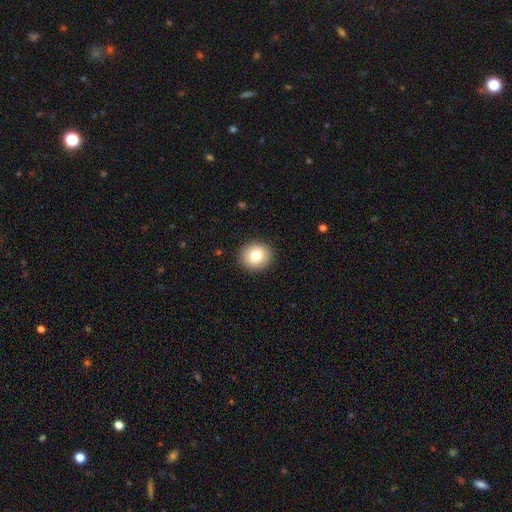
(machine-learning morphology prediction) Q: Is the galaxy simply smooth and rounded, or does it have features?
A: smooth — 81%.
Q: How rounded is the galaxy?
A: round — 85%.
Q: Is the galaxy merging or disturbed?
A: none — 91%.